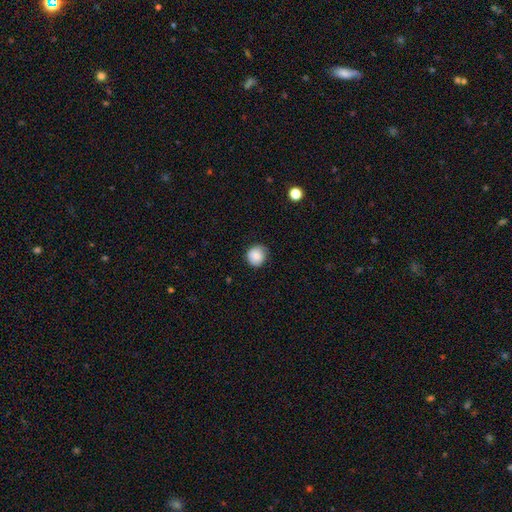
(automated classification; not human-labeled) The model was most divided on "merging": none: 77%, minor disturbance: 19%, major disturbance: 4%, merger: 1%. More confident: how rounded — round (89%); smooth or featured — smooth (83%).